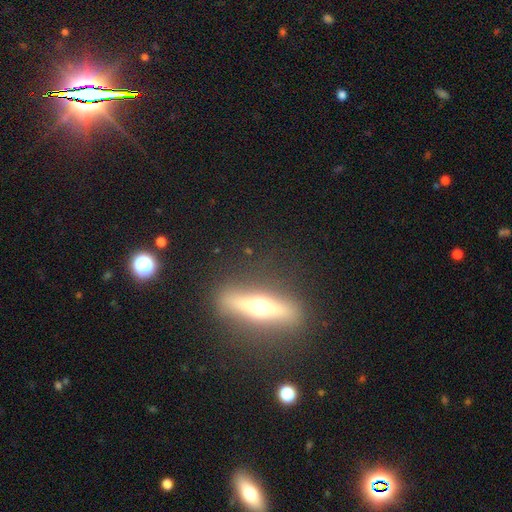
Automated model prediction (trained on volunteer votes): This is likely a featured or disk galaxy (65%). It is clearly viewed edge-on (90%). Edge-on bulge: clearly rounded (94%). Merging: clearly none (84%).